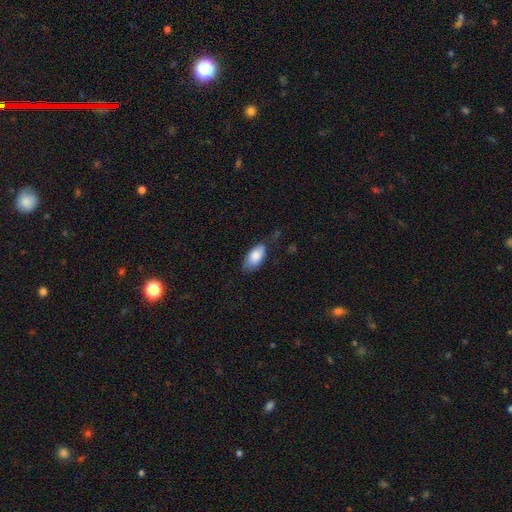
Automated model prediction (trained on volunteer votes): Overall: smooth (85%). How rounded: in between (93%). Merging: none (66%; minor disturbance 26%).